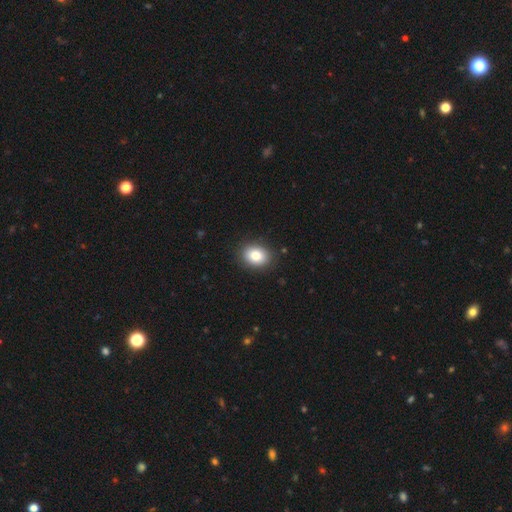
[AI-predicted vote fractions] This appears to be a smooth galaxy with no disk features (83%) that is in between round and cigar-shaped (59%). Merging: none (89%).